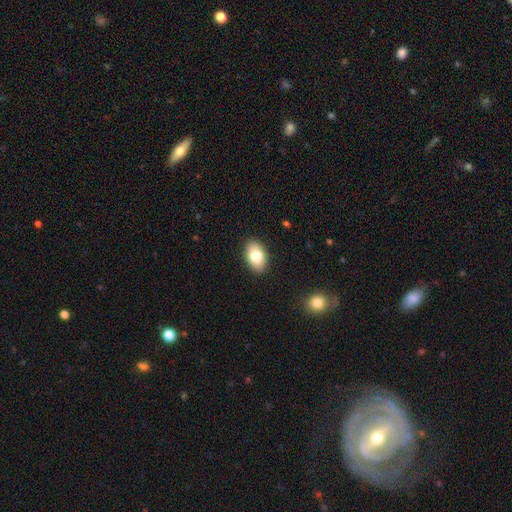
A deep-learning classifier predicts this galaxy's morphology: Smooth or featured? smooth (80%)
How rounded? in between (90%)
Merging? none (89%)